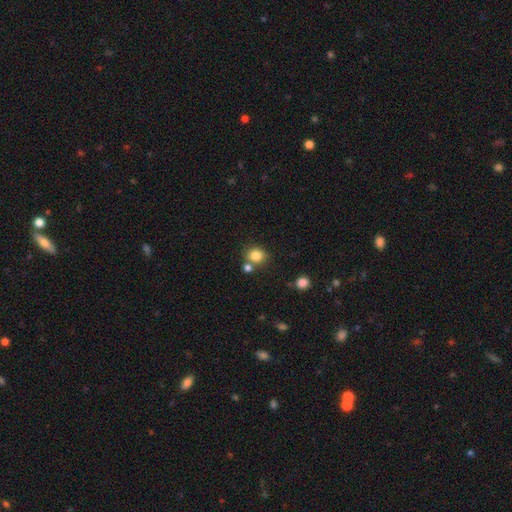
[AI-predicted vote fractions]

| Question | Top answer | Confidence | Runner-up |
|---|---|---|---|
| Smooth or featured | smooth | 83% | star or artifact (11%) |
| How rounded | round | 77% | in between (22%) |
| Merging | none | 68% | merger (19%) |